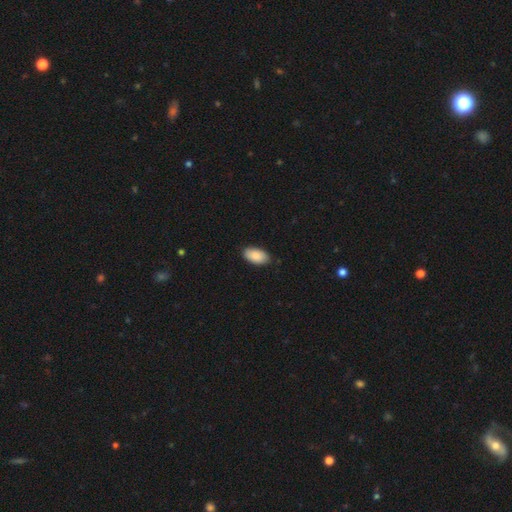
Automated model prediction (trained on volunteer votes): This is clearly a smooth galaxy (88%). How rounded: clearly in between (95%). Merging: clearly none (87%).